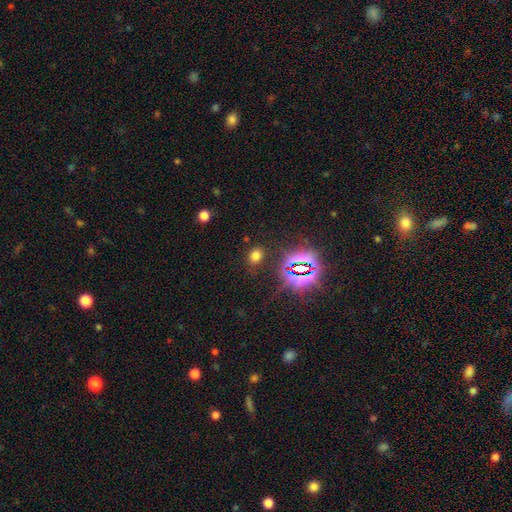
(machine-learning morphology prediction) type=smooth (62%); roundness=in between (53%); merging=none (84%).